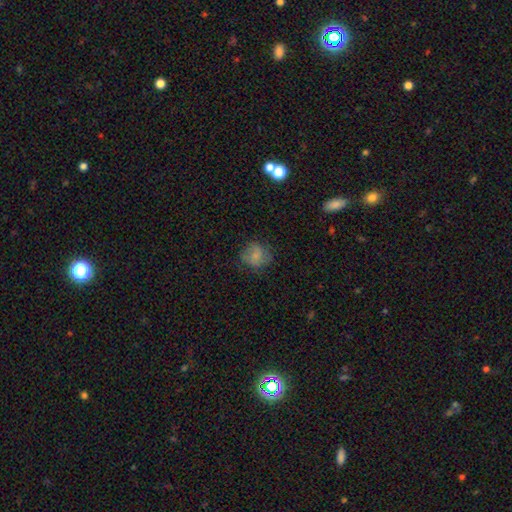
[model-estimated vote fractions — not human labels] Q: Smooth or featured?
A: smooth (69%); runner-up: featured or disk (20%)
Q: How rounded?
A: round (77%); runner-up: in between (22%)
Q: Merging?
A: none (65%); runner-up: minor disturbance (23%)